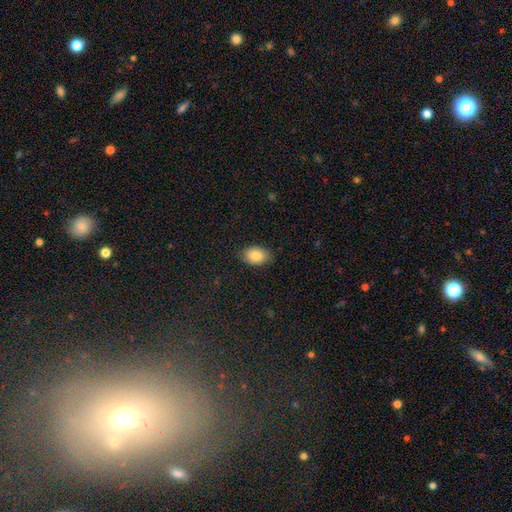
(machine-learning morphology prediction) The model was most divided on "how rounded": in between: 84%, round: 15%, cigar-shaped: 1%. More confident: smooth or featured — smooth (86%); merging — none (84%).